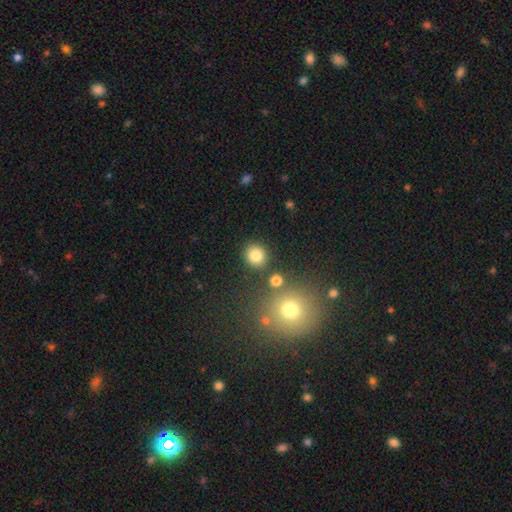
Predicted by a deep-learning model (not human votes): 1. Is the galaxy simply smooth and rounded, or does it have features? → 81% smooth, 13% star or artifact, 6% featured or disk.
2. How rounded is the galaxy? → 86% round, 13% in between, 1% cigar-shaped.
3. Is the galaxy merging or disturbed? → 84% none, 8% minor disturbance, 5% merger, 3% major disturbance.